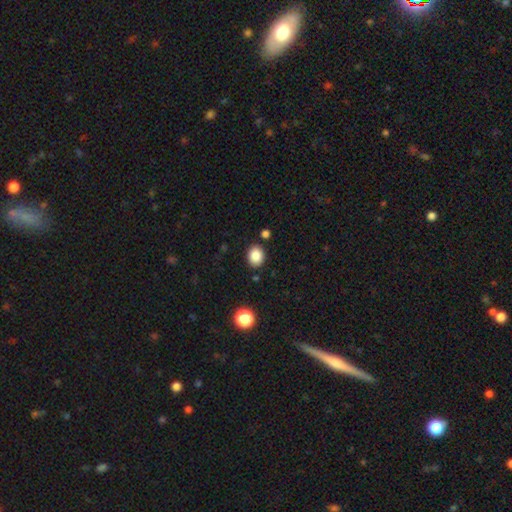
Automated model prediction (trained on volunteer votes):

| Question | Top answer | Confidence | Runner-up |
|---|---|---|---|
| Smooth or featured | smooth | 87% | star or artifact (9%) |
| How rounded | round | 50% | in between (49%) |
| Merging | none | 86% | minor disturbance (8%) |